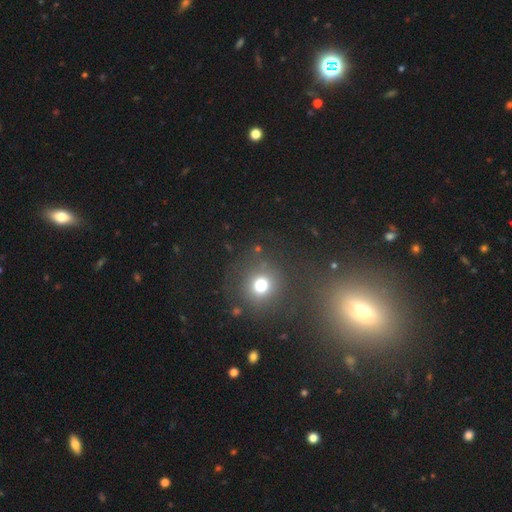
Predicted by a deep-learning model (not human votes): Smooth or featured? smooth (54%)
How rounded? round (88%)
Merging? none (81%)